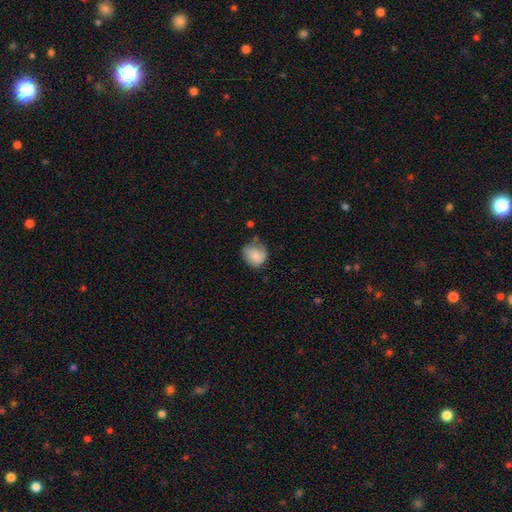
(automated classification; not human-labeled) A smooth galaxy with no disk features (74%) that is round (77%).

Vote fractions:
- Smooth or featured? smooth: 74% / featured or disk: 19% / star or artifact: 8%
- How rounded? round: 77% / in between: 22% / cigar-shaped: 1%
- Merging? none: 56% / minor disturbance: 30% / major disturbance: 9% / merger: 5%